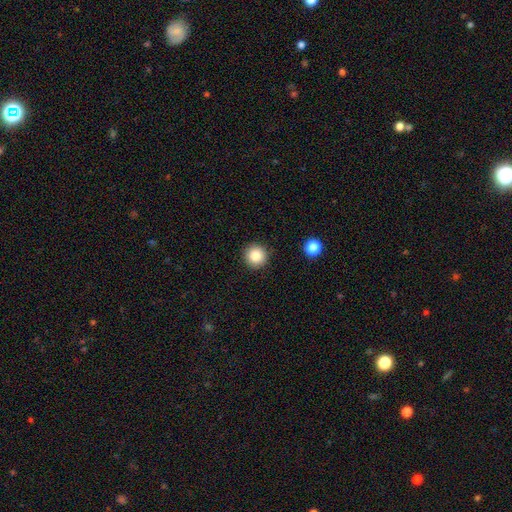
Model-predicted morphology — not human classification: Overall: smooth (86%). How rounded: round (95%). Merging: none (91%).